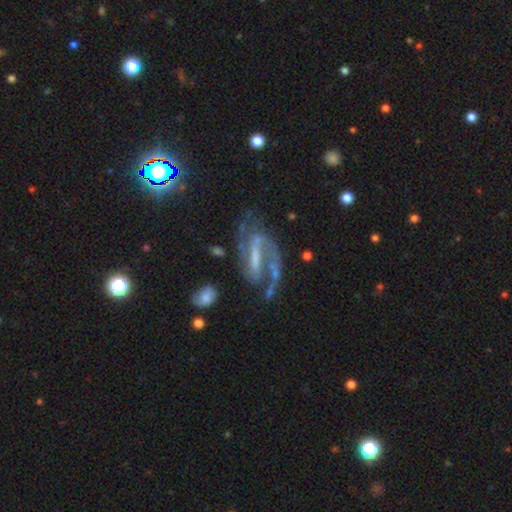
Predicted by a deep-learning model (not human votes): This is clearly a featured or disk galaxy (86%). It is clearly not viewed edge-on (95%). Bar: likely strong (60%). Spiral arm pattern: clearly yes (95%). Spiral arm count: clearly 2 (84%). Spiral winding: possibly medium (52%). Central bulge: marginally none (40%). Merging: possibly none (59%).